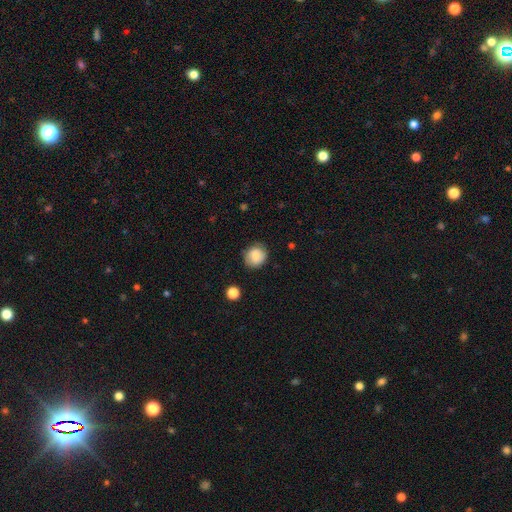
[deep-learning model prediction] A smooth galaxy with no disk features (84%) that is round (82%). Merging: none (80%).